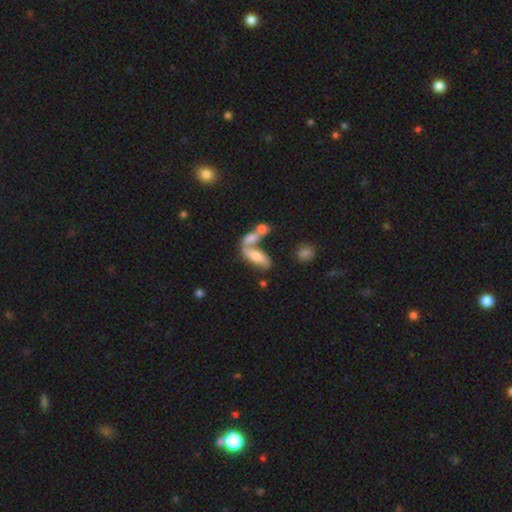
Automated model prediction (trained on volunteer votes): Smooth or featured: smooth — 59% (featured or disk — 32%)
How rounded: in between — 66% (cigar-shaped — 30%)
Merging: merger — 55% (none — 27%)